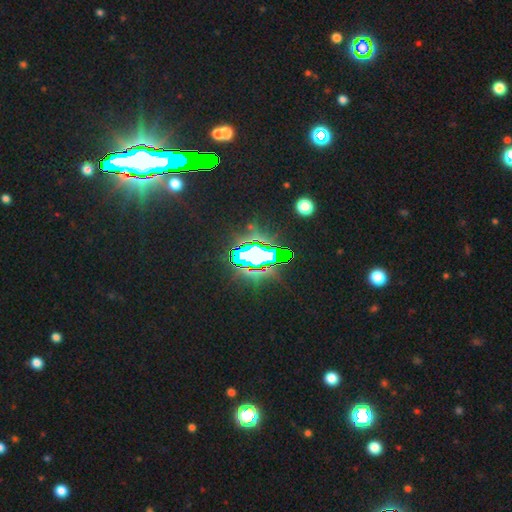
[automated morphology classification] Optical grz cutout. It shows a star or artifact, not a galaxy (85%).